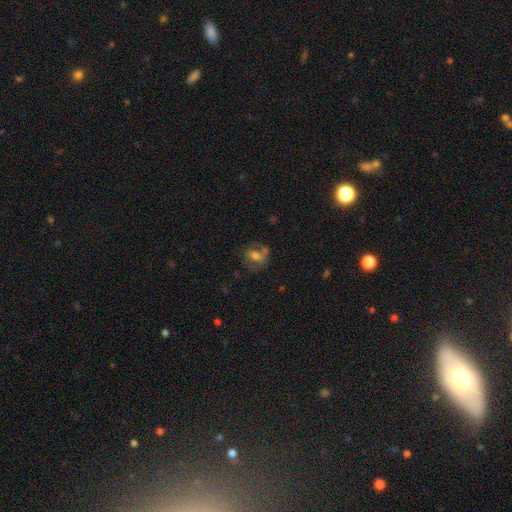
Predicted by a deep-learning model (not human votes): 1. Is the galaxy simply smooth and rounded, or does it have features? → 48% featured or disk, 42% smooth, 10% star or artifact.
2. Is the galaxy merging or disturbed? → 56% none, 21% minor disturbance, 16% major disturbance, 7% merger.